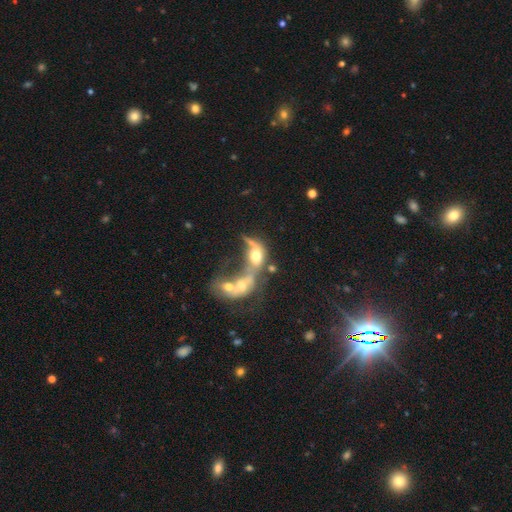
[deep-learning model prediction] Smooth or featured? smooth (48%)
Merging? merger (73%)